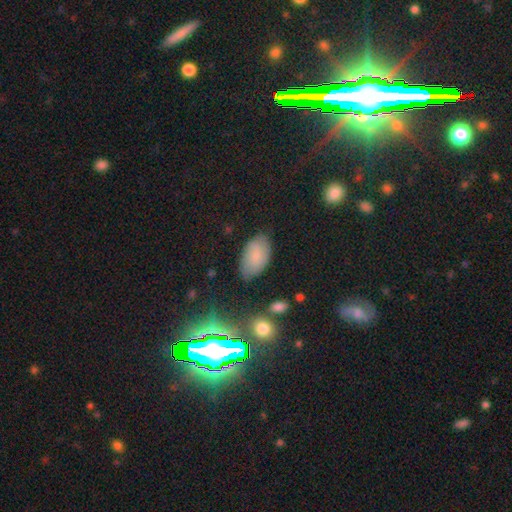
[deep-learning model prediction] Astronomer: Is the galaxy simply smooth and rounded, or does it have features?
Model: smooth — 70%.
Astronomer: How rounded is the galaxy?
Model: in between — 93%.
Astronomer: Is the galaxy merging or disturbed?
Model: none — 75%.